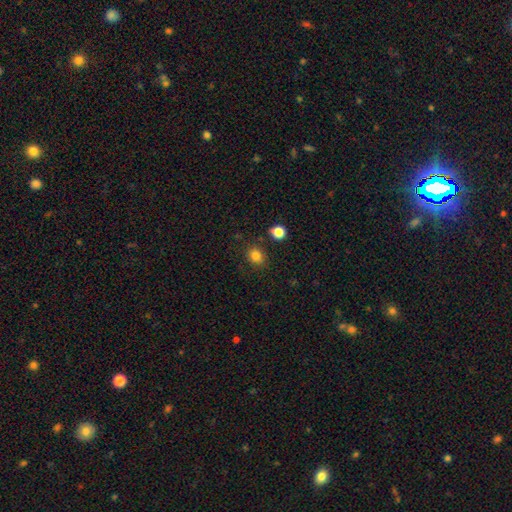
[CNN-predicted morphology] Smooth or featured?
  - smooth: 83% *
  - star or artifact: 12%
  - featured or disk: 5%
How rounded?
  - round: 63% *
  - in between: 36%
  - cigar-shaped: 1%
Merging?
  - none: 82% *
  - minor disturbance: 11%
  - merger: 4%
  - major disturbance: 3%